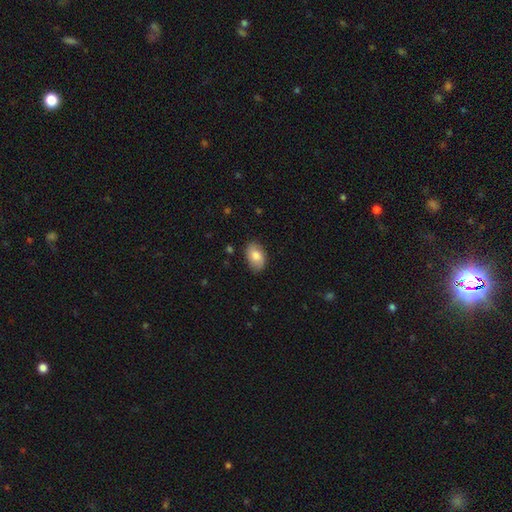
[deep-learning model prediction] Morphology: type=smooth (79%); roundness=in between (90%); merging=none (84%).